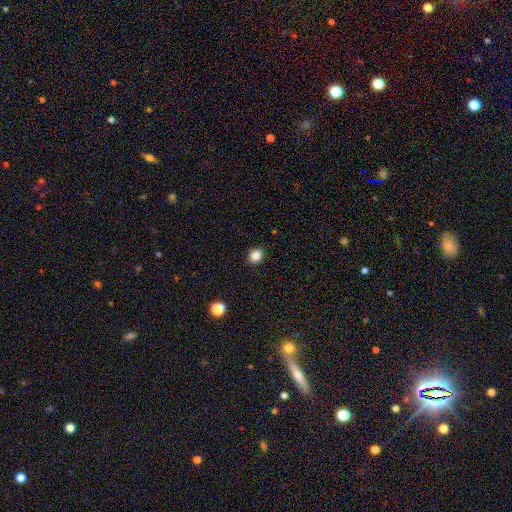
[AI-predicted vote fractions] The model was most divided on "how rounded": round: 66%, in between: 33%, cigar-shaped: 1%. More confident: merging — none (89%); smooth or featured — smooth (84%).